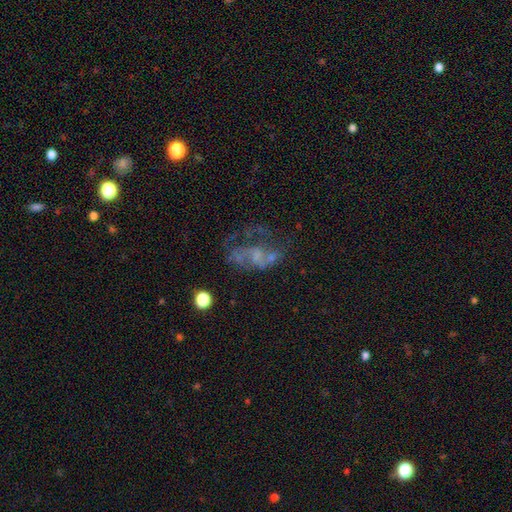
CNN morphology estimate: A featured or disk galaxy (61%) with no bar (79%), no spiral arms (58%) and no central bulge (55%). Merging: major disturbance (39%).